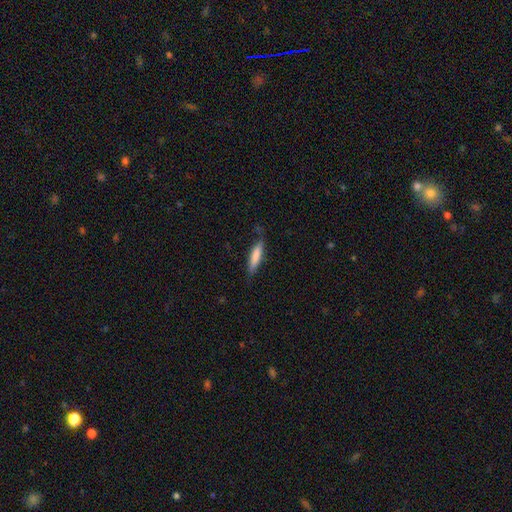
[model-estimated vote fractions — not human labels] A smooth galaxy with no disk features (78%) that is cigar-shaped (79%).

Vote fractions:
- Smooth or featured? smooth: 78% / featured or disk: 16% / star or artifact: 5%
- How rounded? cigar-shaped: 79% / in between: 19% / round: 1%
- Merging? none: 77% / minor disturbance: 18% / major disturbance: 3% / merger: 2%